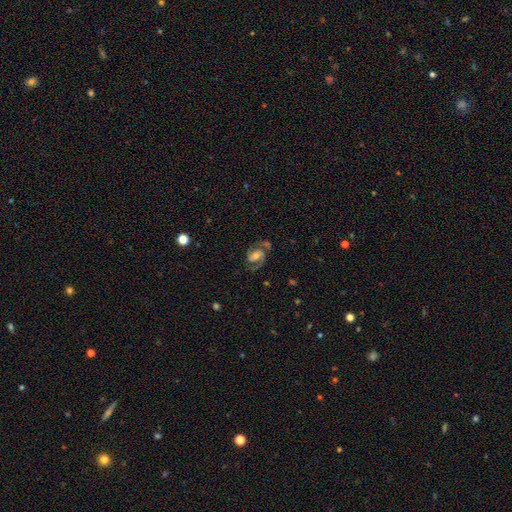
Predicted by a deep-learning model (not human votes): smooth-or-featured: featured or disk: 85% | smooth: 8% | star or artifact: 6%
  disk-edge-on: no: 98% | yes: 2%
    bar: weak: 42% | no: 40% | strong: 18%
    has-spiral-arms: yes: 97% | no: 3%
      spiral-winding: medium: 58% | tight: 26% | loose: 16%
      spiral-arm-count: 2: 90% | 1: 3% | can't tell: 3% | 3: 2% | 4: 1% | more than 4: 1%
    bulge-size: moderate: 58% | small: 31% | large: 7% | none: 3% | dominant: 1%
  merging: none: 67% | minor disturbance: 16% | major disturbance: 9% | merger: 8%